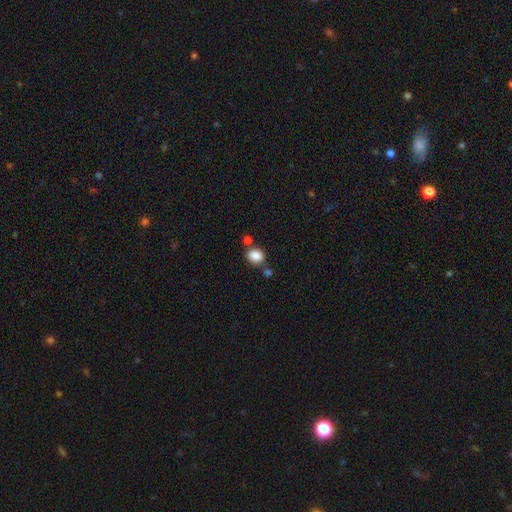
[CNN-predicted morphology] smooth 86%, star or artifact 10%, featured or disk 5%. Down the decision tree: how rounded — round (56%); merging — none (70%).